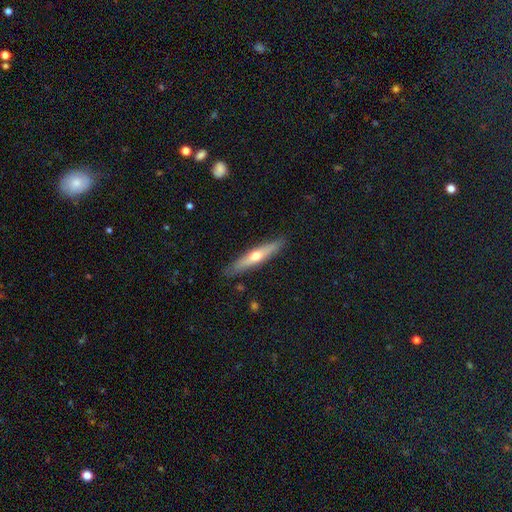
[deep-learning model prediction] A featured or disk galaxy (52%) viewed edge-on (89%). Merging: none (87%).